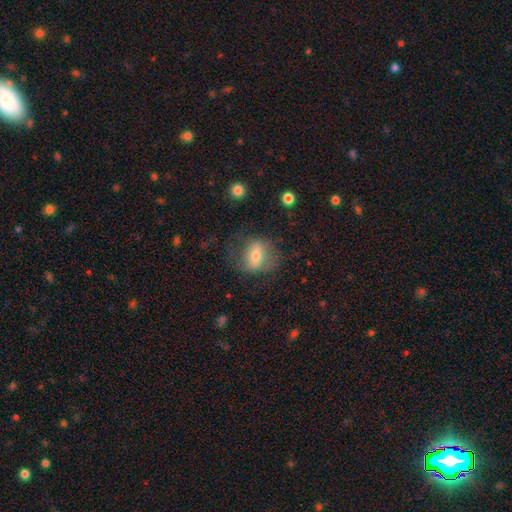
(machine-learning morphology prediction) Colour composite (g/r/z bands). It shows a smooth galaxy with no disk features (56%) that is in between round and cigar-shaped (53%). Merging: none (59%).